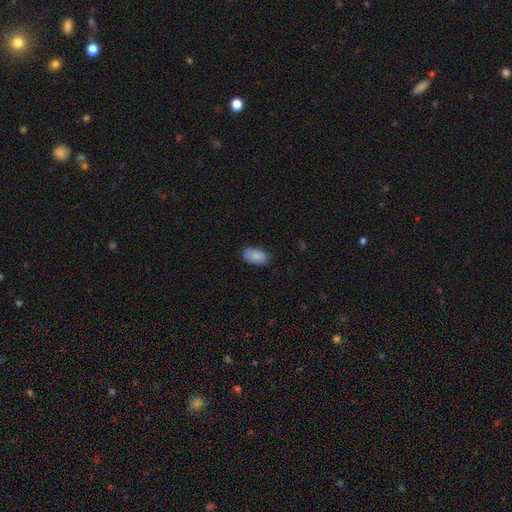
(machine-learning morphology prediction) Smooth or featured? smooth (88%)
How rounded? in between (94%)
Merging? none (82%)